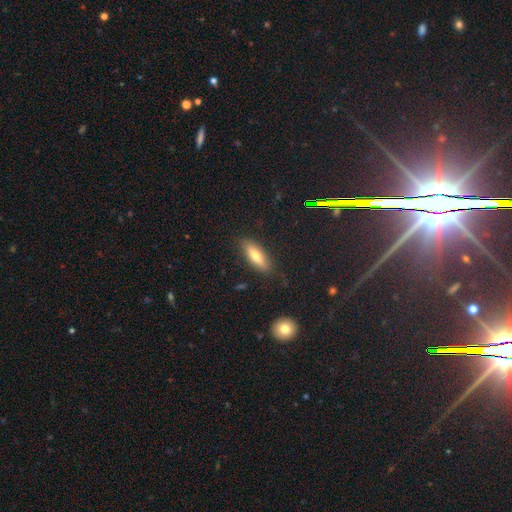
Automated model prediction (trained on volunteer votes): Smooth or featured? smooth (71%)
How rounded? in between (56%)
Merging? none (84%)